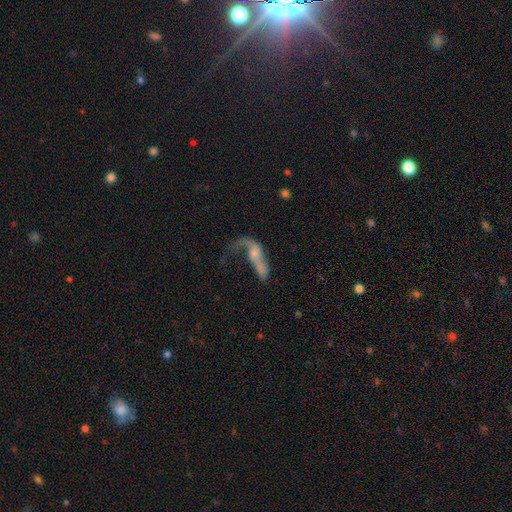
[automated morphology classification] Smooth or featured: featured or disk — 60% (smooth — 29%)
Edge-on disk: no — 86% (yes — 14%)
Bar: no — 69% (weak — 22%)
Spiral arms: yes — 57% (no — 43%)
Bulge size: none — 43% (small — 33%)
Merging: major disturbance — 50% (none — 22%)